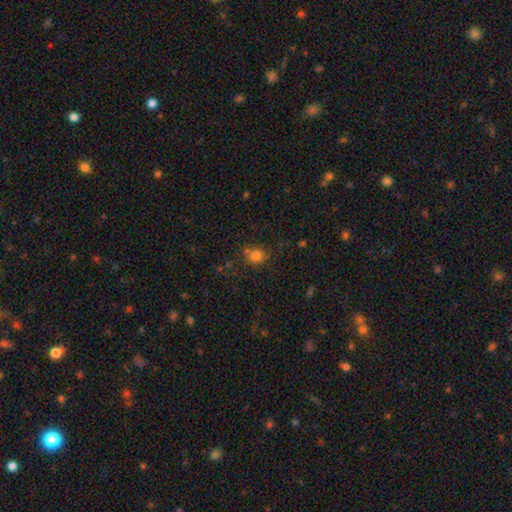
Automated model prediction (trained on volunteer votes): This appears to be a smooth galaxy with no disk features (78%) that is round (70%). Merging: none (60%).